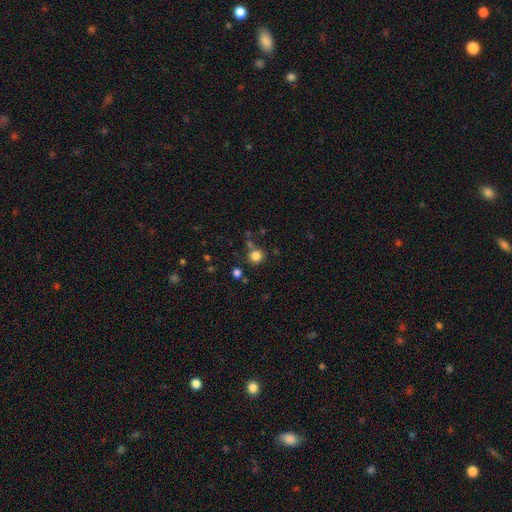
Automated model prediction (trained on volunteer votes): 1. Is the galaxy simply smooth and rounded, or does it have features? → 81% smooth, 14% star or artifact, 5% featured or disk.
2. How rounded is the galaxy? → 89% round, 10% in between, 1% cigar-shaped.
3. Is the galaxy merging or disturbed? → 75% none, 11% merger, 10% minor disturbance, 4% major disturbance.